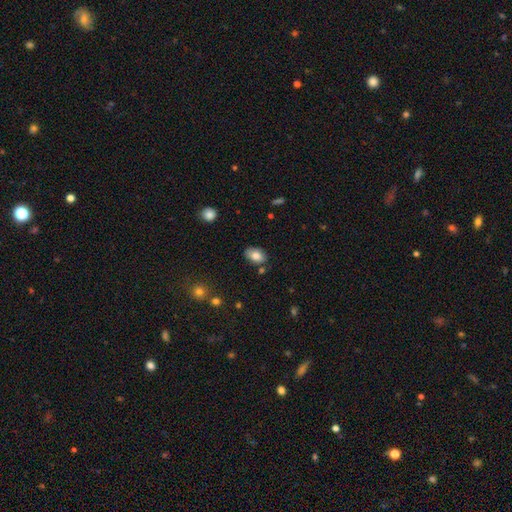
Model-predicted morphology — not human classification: This appears to be a smooth galaxy with no disk features (81%) that is in between round and cigar-shaped (90%). Merging: none (78%).